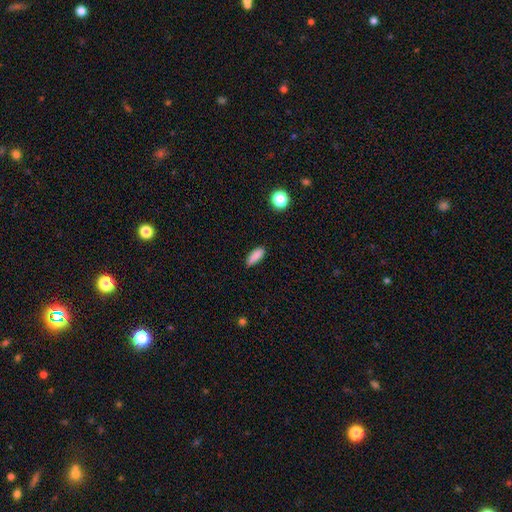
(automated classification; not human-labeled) smooth 87%, star or artifact 8%, featured or disk 5%. Down the decision tree: how rounded — in between (66%); merging — none (82%).